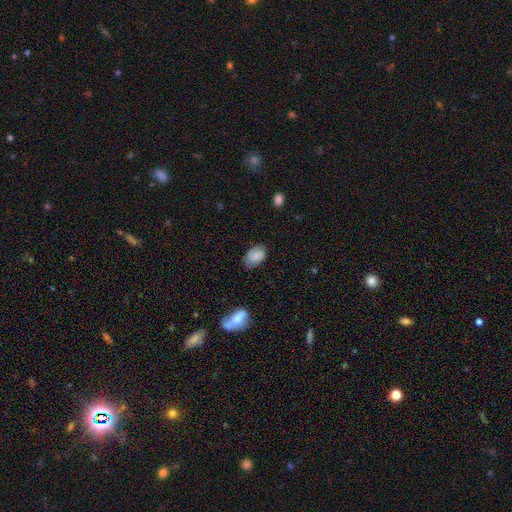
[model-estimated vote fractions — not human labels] Smooth or featured: smooth — 73% (featured or disk — 19%)
How rounded: in between — 87% (round — 12%)
Merging: none — 68% (minor disturbance — 25%)